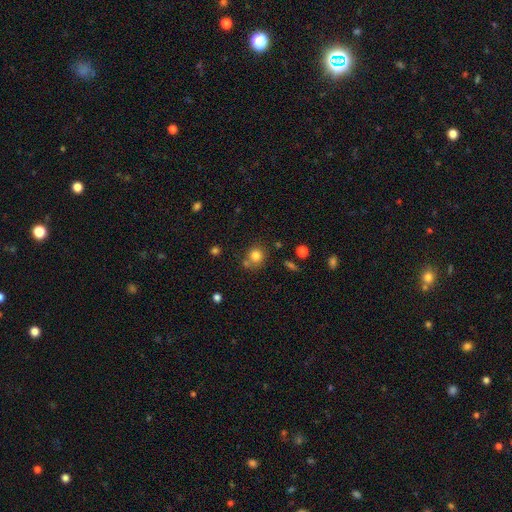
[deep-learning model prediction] Smooth or featured: smooth — 80% (star or artifact — 13%)
How rounded: round — 85% (in between — 14%)
Merging: none — 67% (merger — 17%)